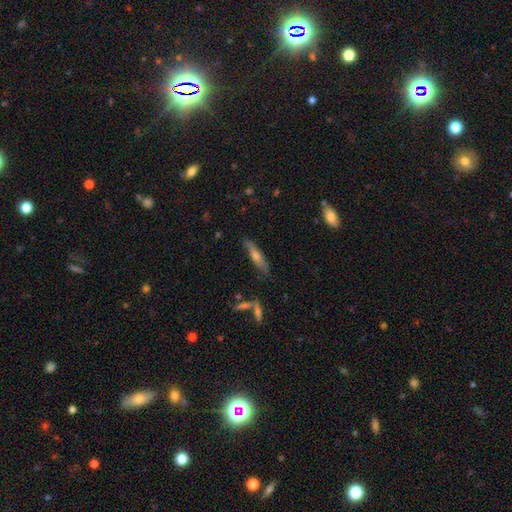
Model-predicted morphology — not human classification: type=smooth (53%); roundness=cigar-shaped (79%); merging=none (76%).